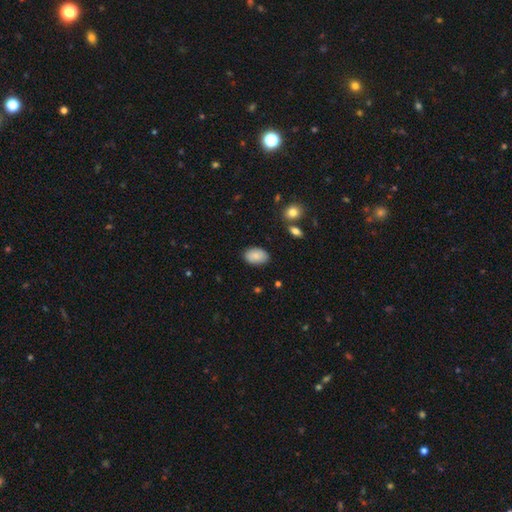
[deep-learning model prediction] This appears to be a smooth galaxy with no disk features (86%) that is in between round and cigar-shaped (90%). Merging: none (85%).